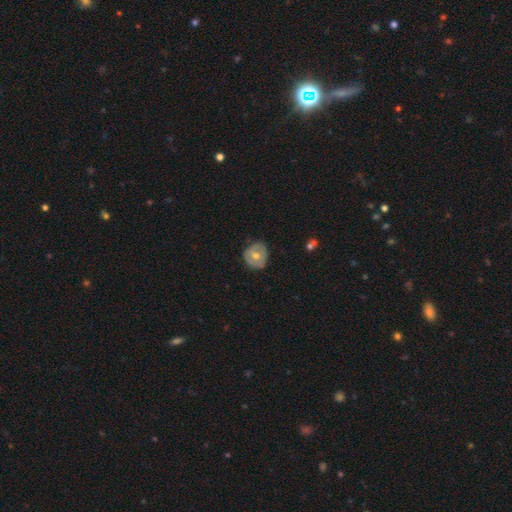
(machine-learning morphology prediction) This appears to be a smooth galaxy with no disk features (49%). Merging: none (72%).